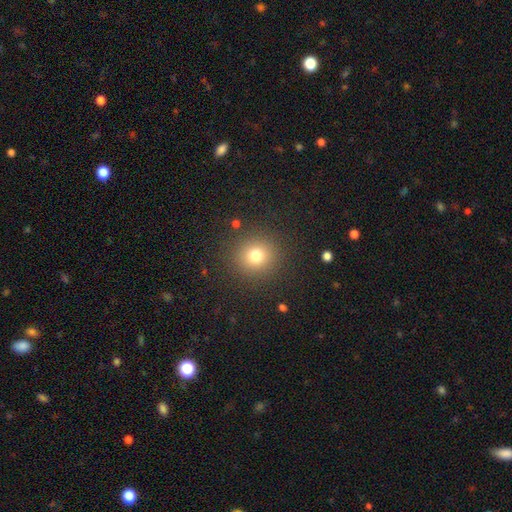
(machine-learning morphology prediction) smooth 76%, star or artifact 15%, featured or disk 9%. Down the decision tree: how rounded — round (92%); merging — none (89%).